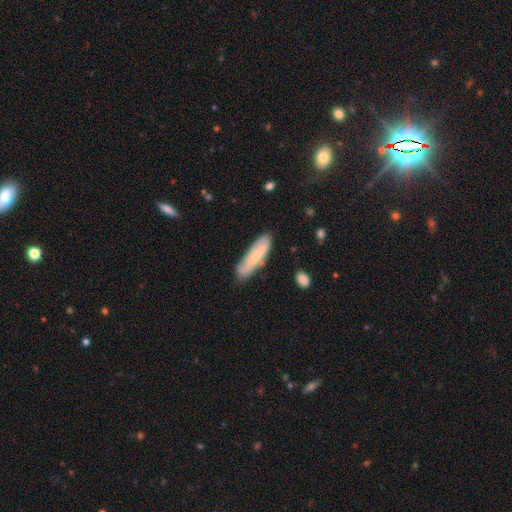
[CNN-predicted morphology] Smooth or featured?
  - smooth: 65% *
  - featured or disk: 29%
  - star or artifact: 7%
How rounded?
  - cigar-shaped: 63% *
  - in between: 35%
  - round: 2%
Merging?
  - none: 71% *
  - minor disturbance: 21%
  - major disturbance: 5%
  - merger: 3%